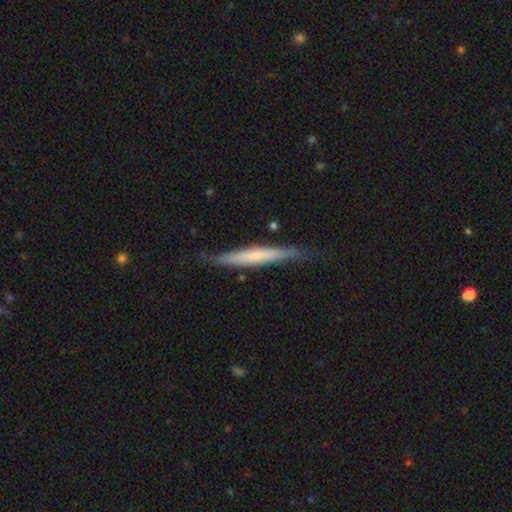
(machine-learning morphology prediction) smooth-or-featured: featured or disk: 48% | smooth: 46% | star or artifact: 5%
  merging: none: 80% | minor disturbance: 15% | major disturbance: 3% | merger: 2%